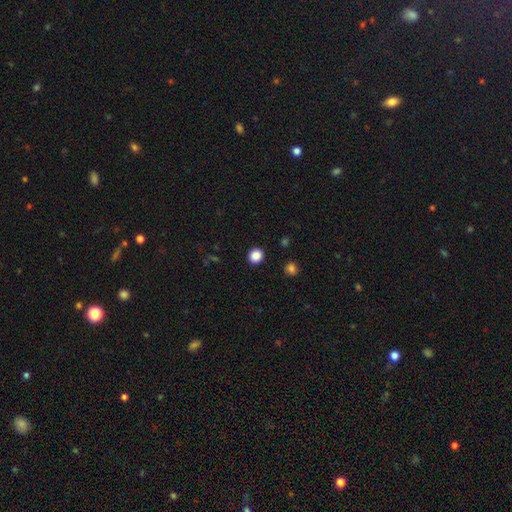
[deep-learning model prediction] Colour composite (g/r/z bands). It shows a smooth galaxy with no disk features (86%) that is round (88%). Merging: none (92%).